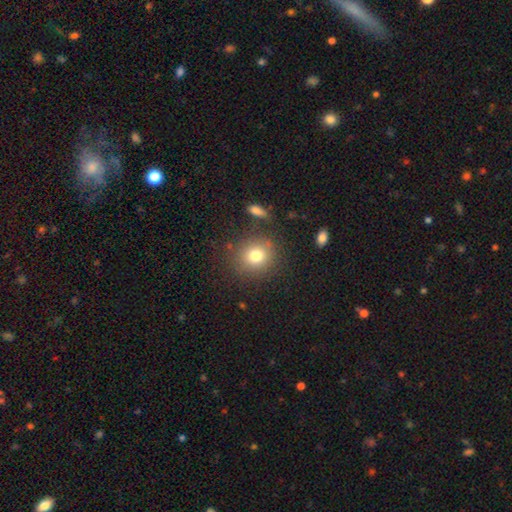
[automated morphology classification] type=smooth (77%); roundness=round (85%); merging=none (82%).